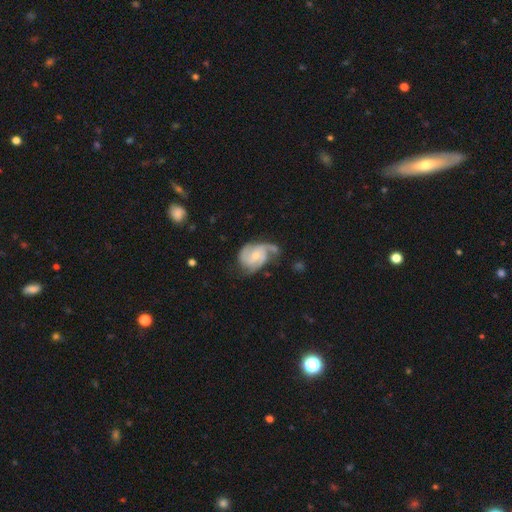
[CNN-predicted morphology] Smooth or featured? featured or disk (80%)
Edge-on disk? no (98%)
Bar? no (66%)
Spiral arms? yes (94%)
Spiral winding? medium (45%)
Spiral arm count? 3 (44%)
Bulge size? small (50%)
Merging? none (40%)